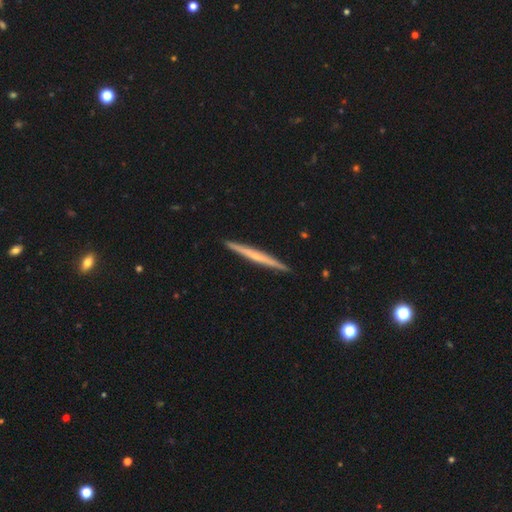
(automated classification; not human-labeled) Overall: featured or disk (59%; smooth 36%). Edge-on disk: yes (98%). Edge-on bulge: none (63%; rounded 31%). Merging: none (93%).